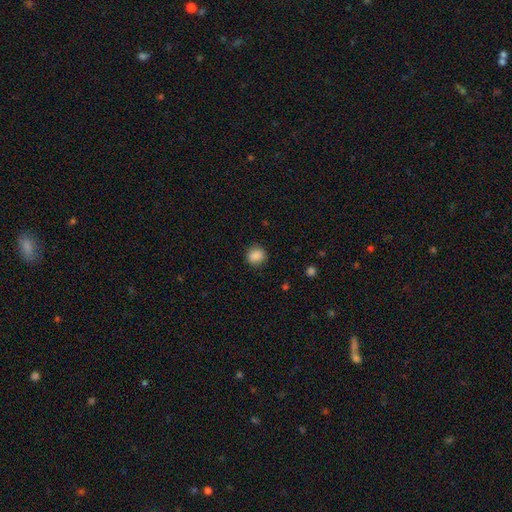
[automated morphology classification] Smooth or featured: smooth — 88% (star or artifact — 9%)
How rounded: round — 81% (in between — 18%)
Merging: none — 86% (minor disturbance — 10%)